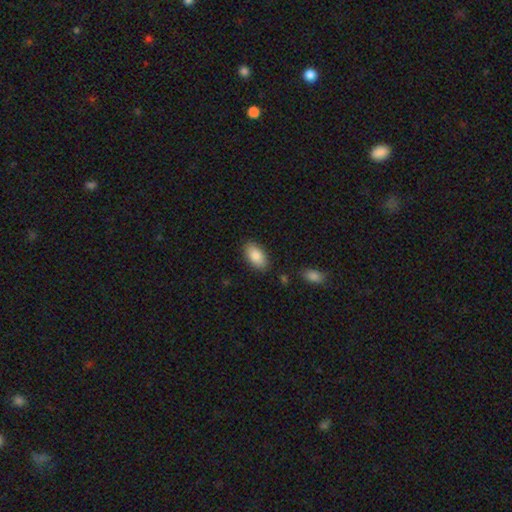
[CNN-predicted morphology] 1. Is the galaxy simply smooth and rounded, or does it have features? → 85% smooth, 8% featured or disk, 6% star or artifact.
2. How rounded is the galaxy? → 94% in between, 3% round, 3% cigar-shaped.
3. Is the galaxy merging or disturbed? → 86% none, 10% minor disturbance, 2% major disturbance, 2% merger.